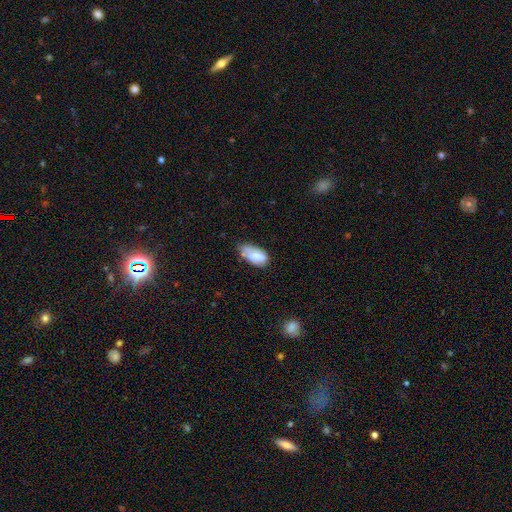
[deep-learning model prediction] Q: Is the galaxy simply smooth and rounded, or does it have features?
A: smooth — 76%.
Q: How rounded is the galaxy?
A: in between — 93%.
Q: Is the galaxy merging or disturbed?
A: minor disturbance — 45%.